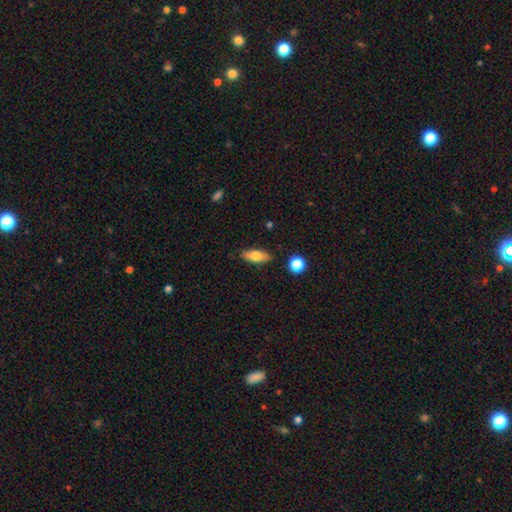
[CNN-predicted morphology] A smooth galaxy with no disk features (73%) that is in between round and cigar-shaped (71%). Merging: none (85%).